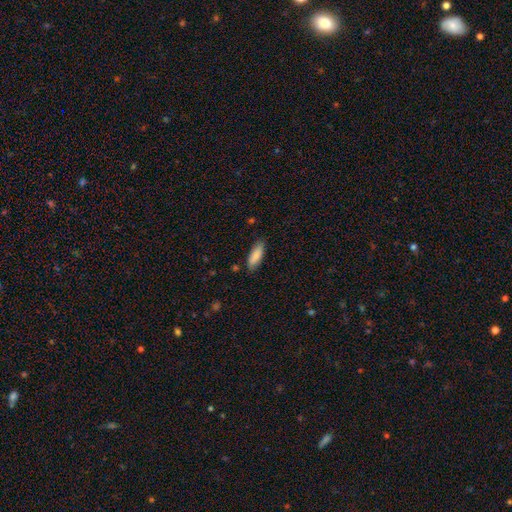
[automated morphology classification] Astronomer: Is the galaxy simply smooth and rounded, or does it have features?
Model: smooth — 87%.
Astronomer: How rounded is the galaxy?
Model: in between — 59% (runner-up: cigar-shaped, 39%).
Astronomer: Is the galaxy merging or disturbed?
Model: none — 83%.